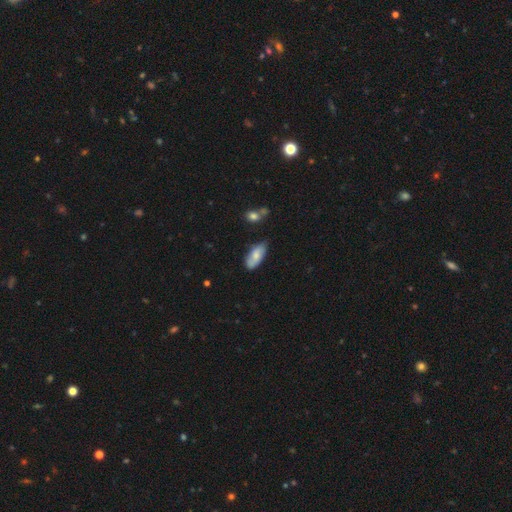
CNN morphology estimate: Smooth or featured? smooth (70%)
How rounded? in between (88%)
Merging? none (64%)